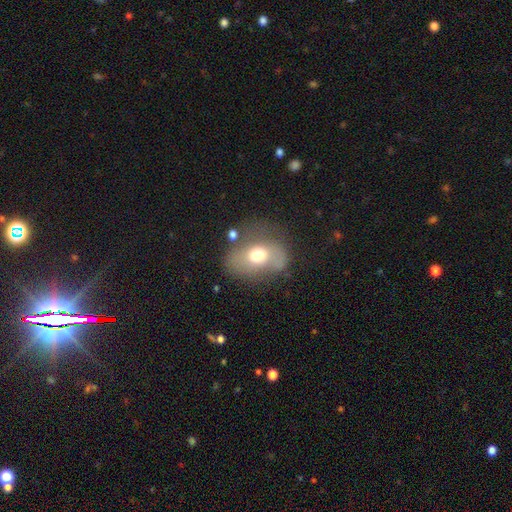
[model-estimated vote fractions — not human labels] This appears to be a smooth galaxy with no disk features (55%) that is in between round and cigar-shaped (72%). Merging: none (54%).